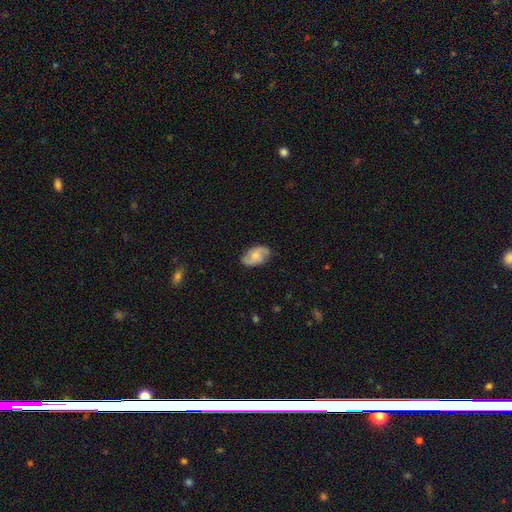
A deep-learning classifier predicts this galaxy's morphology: Smooth or featured? Predicted: featured or disk (p=0.63). Edge-on disk? Predicted: no (p=0.96). Bar? Predicted: no (p=0.66). Spiral arms? Predicted: yes (p=0.91). Spiral winding? Predicted: medium (p=0.46). Spiral arm count? Predicted: 2 (p=0.84). Bulge size? Predicted: moderate (p=0.48). Merging? Predicted: none (p=0.78).